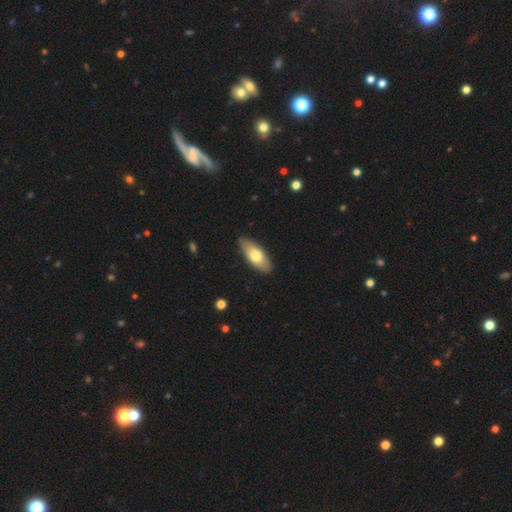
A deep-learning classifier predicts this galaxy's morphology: Smooth or featured: smooth — 69% (featured or disk — 26%)
How rounded: in between — 78% (cigar-shaped — 20%)
Merging: none — 87% (minor disturbance — 10%)